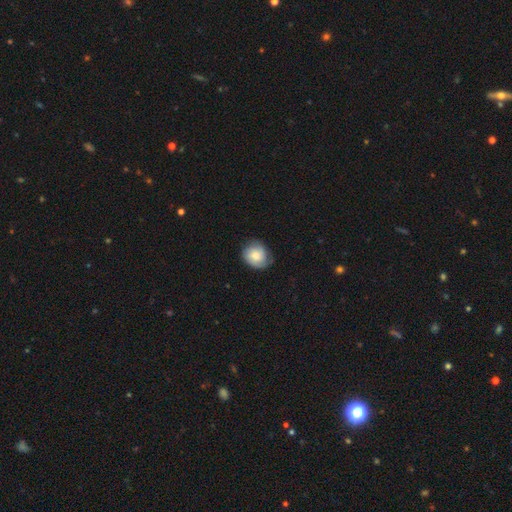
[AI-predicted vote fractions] smooth 61%, featured or disk 31%, star or artifact 7%. Down the decision tree: how rounded — round (72%); merging — none (66%).